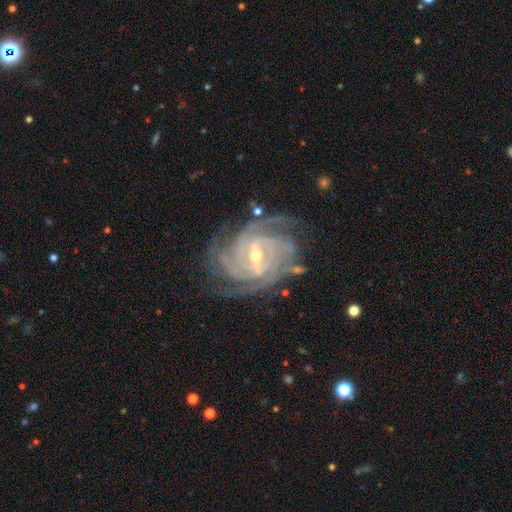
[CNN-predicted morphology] This is clearly a featured or disk galaxy (93%). It is clearly not viewed edge-on (98%). Bar: possibly strong (45%, tied with weak). Spiral arm pattern: clearly yes (99%). Spiral arm count: marginally 4 (41%). Spiral winding: likely tight (71%). Central bulge: possibly small (56%). Merging: likely none (73%).